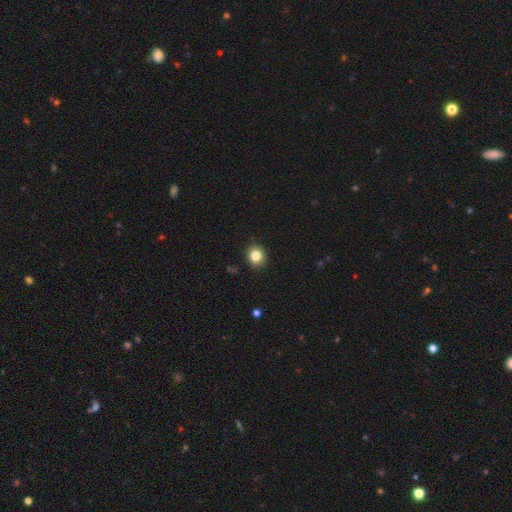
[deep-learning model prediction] smooth_or_featured: smooth (p=0.84) [alt: star or artifact p=0.11]
how_rounded: round (p=0.75) [alt: in between p=0.24]
merging: none (p=0.90) [alt: minor disturbance p=0.07]